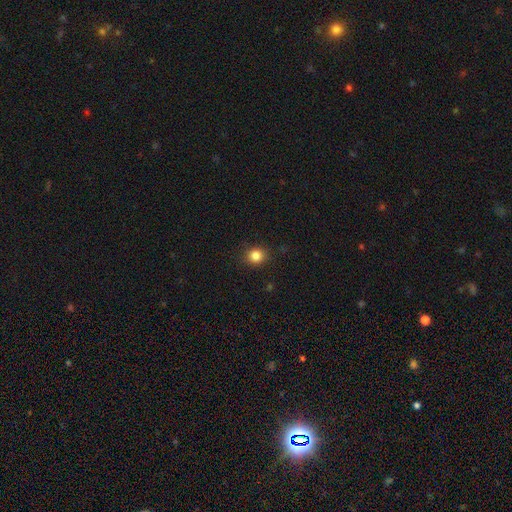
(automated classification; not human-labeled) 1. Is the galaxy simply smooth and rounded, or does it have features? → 84% smooth, 12% star or artifact, 4% featured or disk.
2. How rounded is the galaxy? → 83% round, 16% in between, 1% cigar-shaped.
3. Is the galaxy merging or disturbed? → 88% none, 9% minor disturbance, 3% major disturbance, 1% merger.